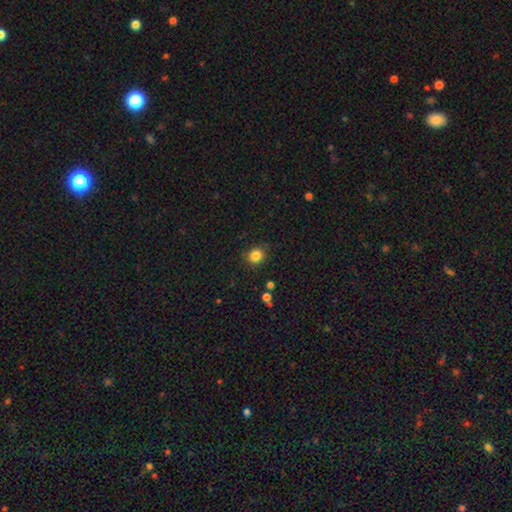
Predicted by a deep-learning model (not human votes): Smooth or featured?
  - smooth: 83% *
  - star or artifact: 12%
  - featured or disk: 5%
How rounded?
  - round: 79% *
  - in between: 20%
  - cigar-shaped: 1%
Merging?
  - none: 85% *
  - minor disturbance: 10%
  - major disturbance: 3%
  - merger: 2%